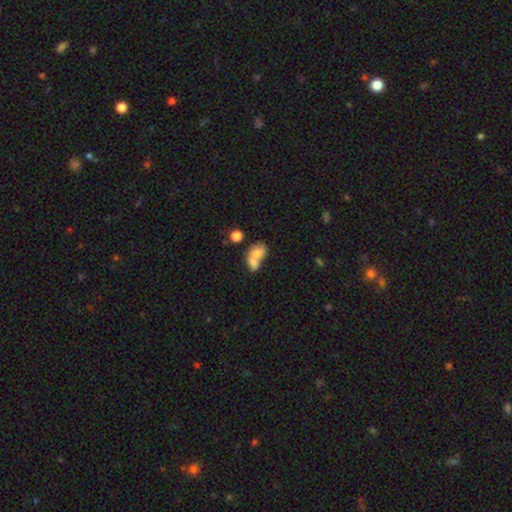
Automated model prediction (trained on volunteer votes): The model was most divided on "merging": merger: 68%, none: 18%, minor disturbance: 8%, major disturbance: 6%. More confident: how rounded — in between (76%); smooth or featured — smooth (71%).